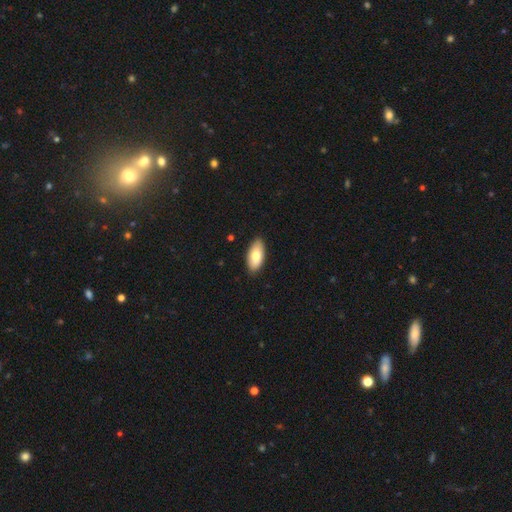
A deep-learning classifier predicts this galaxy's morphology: Smooth or featured: smooth — 77% (featured or disk — 17%)
How rounded: in between — 91% (cigar-shaped — 7%)
Merging: none — 88% (minor disturbance — 9%)